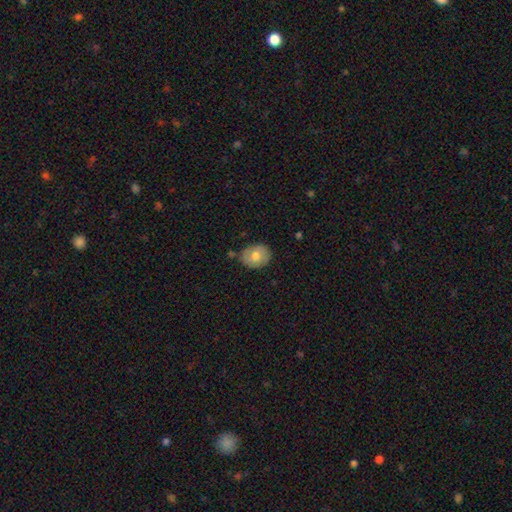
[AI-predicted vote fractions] Overall: smooth (71%). How rounded: round (52%; in between 47%). Merging: none (79%).